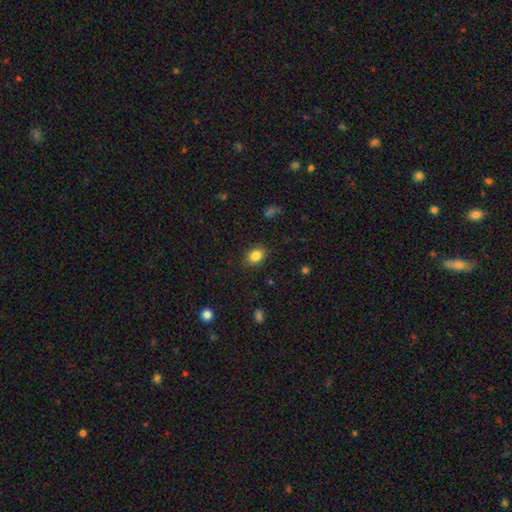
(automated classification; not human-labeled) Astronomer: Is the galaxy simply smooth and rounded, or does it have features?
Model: smooth — 85%.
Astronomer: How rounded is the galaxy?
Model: in between — 60% (runner-up: round, 39%).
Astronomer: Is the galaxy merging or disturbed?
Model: none — 87%.